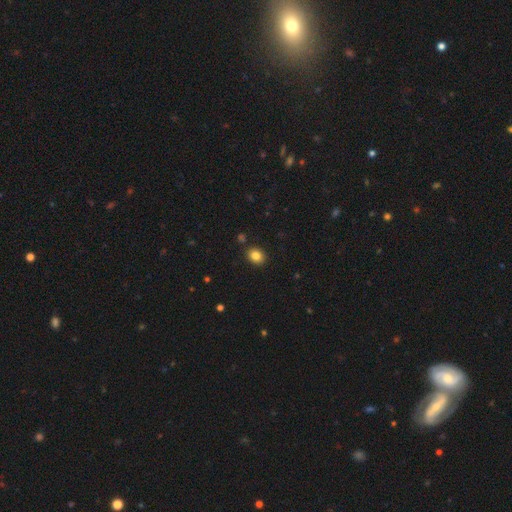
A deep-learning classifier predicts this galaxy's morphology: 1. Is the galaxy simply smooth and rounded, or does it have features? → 84% smooth, 11% star or artifact, 6% featured or disk.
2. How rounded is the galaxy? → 57% round, 43% in between, 1% cigar-shaped.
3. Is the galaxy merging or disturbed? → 89% none, 7% minor disturbance, 2% merger, 2% major disturbance.